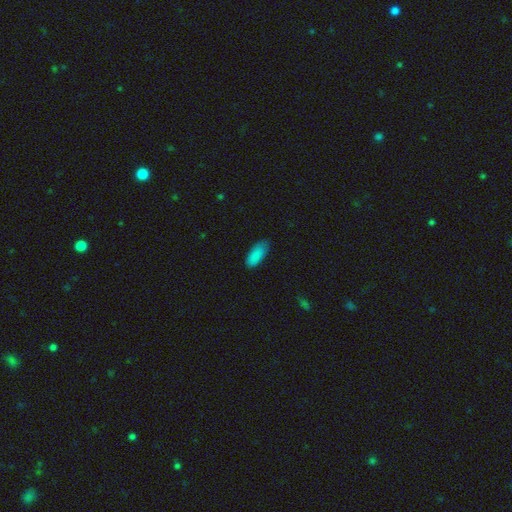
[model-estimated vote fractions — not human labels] smooth_or_featured: smooth (p=0.88) [alt: star or artifact p=0.07]
how_rounded: in between (p=0.80) [alt: cigar-shaped p=0.18]
merging: none (p=0.77) [alt: minor disturbance p=0.19]